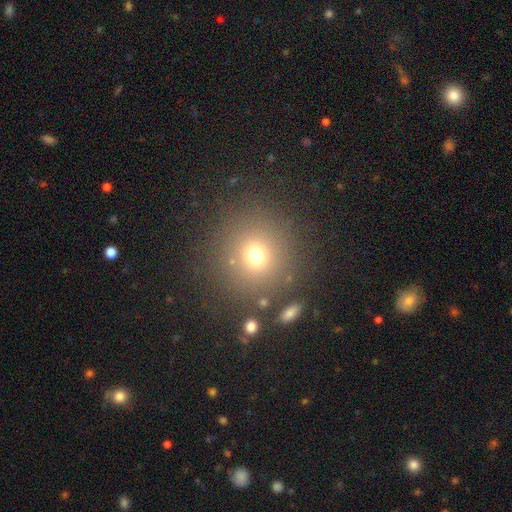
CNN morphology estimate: Smooth or featured?
  - smooth: 69% *
  - star or artifact: 20%
  - featured or disk: 10%
How rounded?
  - round: 92% *
  - in between: 7%
  - cigar-shaped: 1%
Merging?
  - none: 82% *
  - minor disturbance: 8%
  - major disturbance: 5%
  - merger: 5%